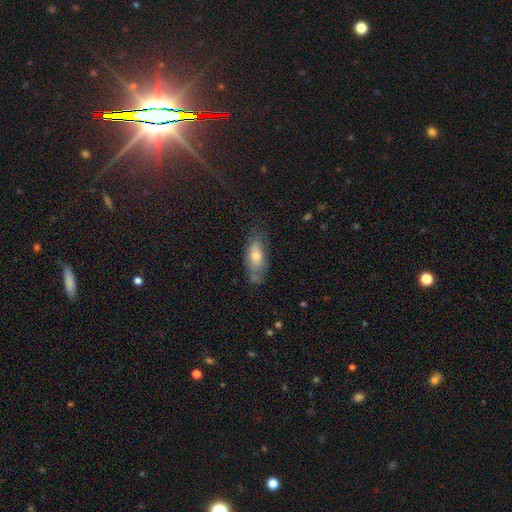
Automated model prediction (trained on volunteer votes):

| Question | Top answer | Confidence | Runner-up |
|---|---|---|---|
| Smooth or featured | smooth | 65% | featured or disk (26%) |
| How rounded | in between | 74% | cigar-shaped (23%) |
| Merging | none | 60% | minor disturbance (27%) |